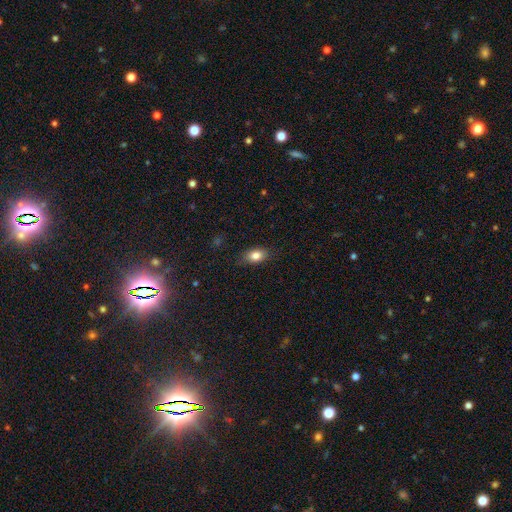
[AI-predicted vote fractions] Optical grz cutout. It shows a smooth galaxy with no disk features (83%) that is in between round and cigar-shaped (83%). Merging: none (81%).